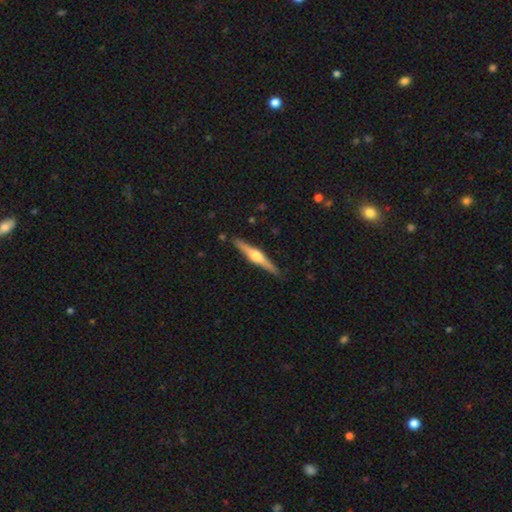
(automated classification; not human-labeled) Q: Smooth or featured?
A: featured or disk (75%); runner-up: smooth (20%)
Q: Edge-on disk?
A: yes (98%); runner-up: no (2%)
Q: Edge-on bulge?
A: rounded (92%); runner-up: boxy (5%)
Q: Merging?
A: none (90%); runner-up: minor disturbance (7%)